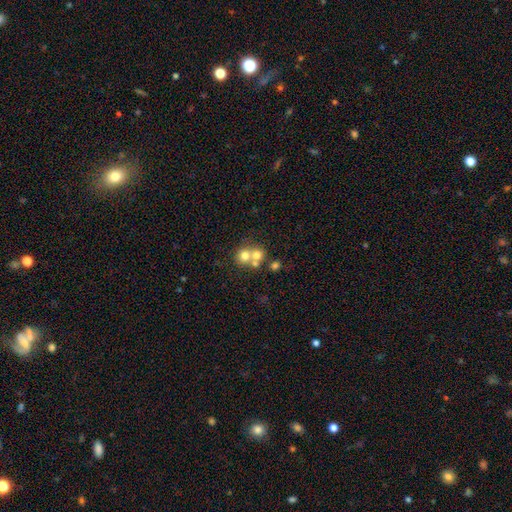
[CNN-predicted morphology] This is likely a smooth galaxy (66%). How rounded: clearly round (83%). Merging: possibly merger (56%).